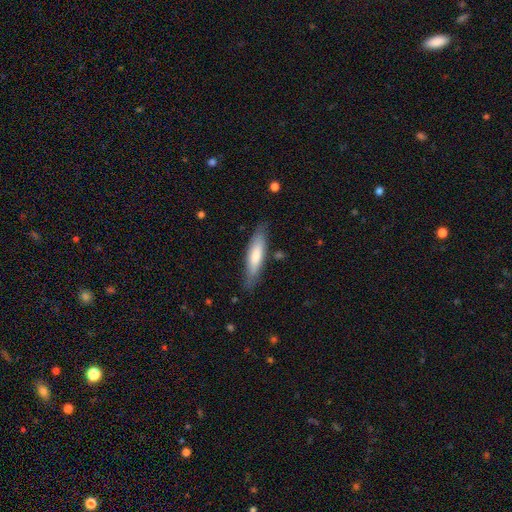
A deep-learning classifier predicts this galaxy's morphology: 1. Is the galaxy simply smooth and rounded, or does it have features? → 70% smooth, 25% featured or disk, 5% star or artifact.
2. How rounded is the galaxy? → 72% cigar-shaped, 27% in between, 1% round.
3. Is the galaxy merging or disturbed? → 81% none, 14% minor disturbance, 3% major disturbance, 2% merger.